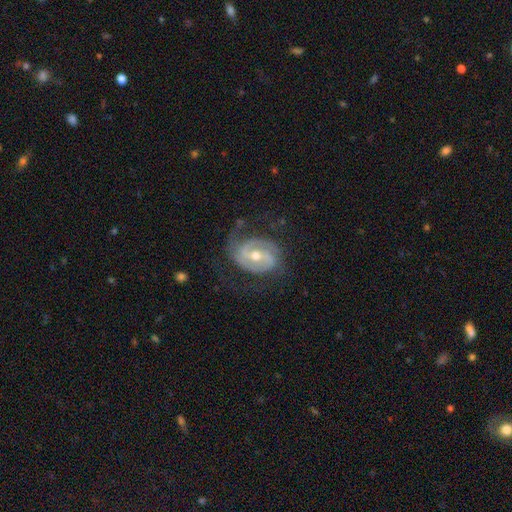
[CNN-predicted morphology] A featured or disk galaxy (87%) with a weak bar (45%), 2 (66%) tight (42%, tied with medium) spiral arms (95%) and a moderate central bulge (60%). Merging: none (62%).